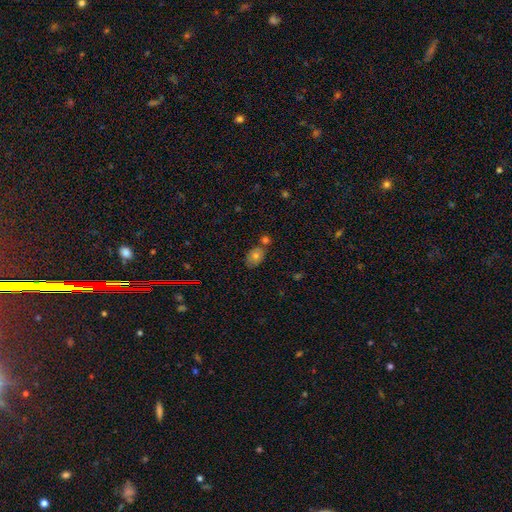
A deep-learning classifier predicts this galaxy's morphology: Smooth or featured? Predicted: smooth (p=0.70). How rounded? Predicted: in between (p=0.75). Merging? Predicted: none (p=0.62).